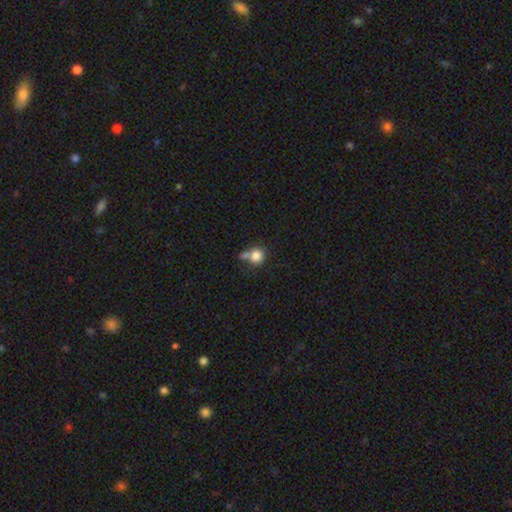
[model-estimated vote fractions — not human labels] This appears to be a smooth galaxy with no disk features (82%) that is round (84%). Merging: none (44%).